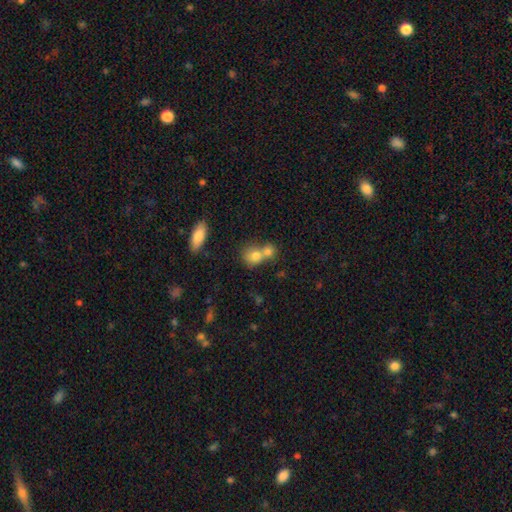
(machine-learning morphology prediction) Smooth or featured? Predicted: smooth (p=0.76). How rounded? Predicted: round (p=0.65). Merging? Predicted: merger (p=0.61).